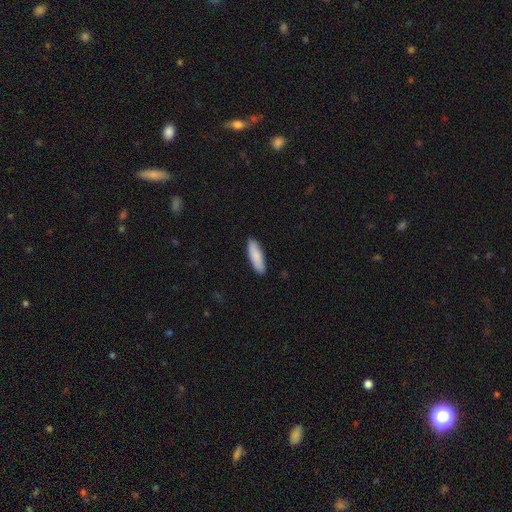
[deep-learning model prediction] Smooth or featured? smooth (88%)
How rounded? cigar-shaped (54%)
Merging? none (90%)